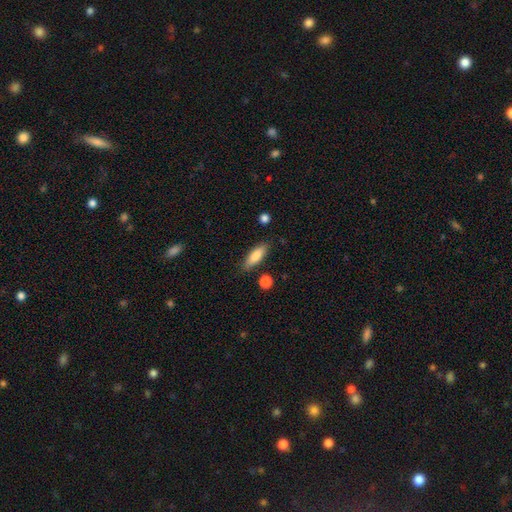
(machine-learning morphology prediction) This appears to be a smooth galaxy with no disk features (79%) that is in between round and cigar-shaped (51%). Merging: none (83%).